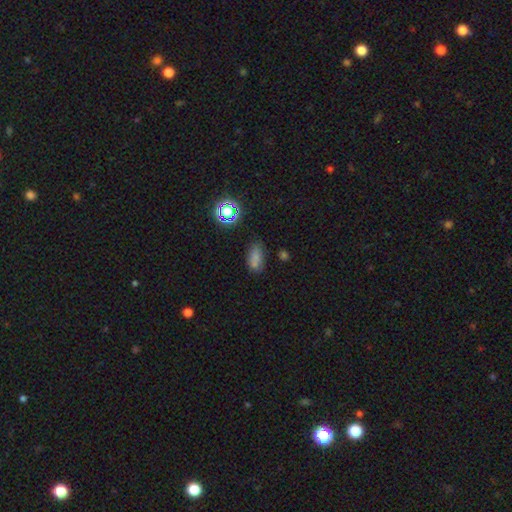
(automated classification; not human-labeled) smooth_or_featured: smooth (p=0.64) [alt: star or artifact p=0.27]
how_rounded: in between (p=0.79) [alt: cigar-shaped p=0.11]
merging: none (p=0.69) [alt: minor disturbance p=0.19]